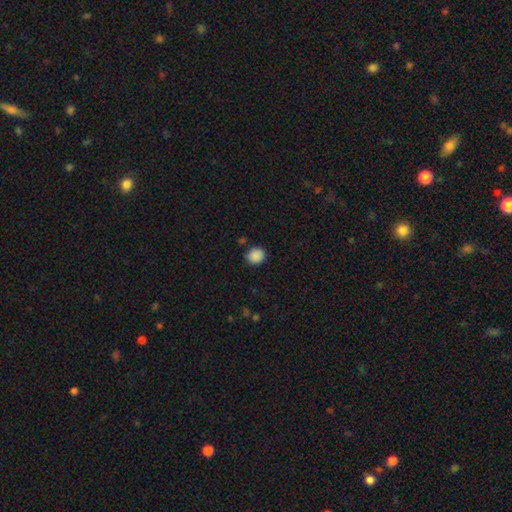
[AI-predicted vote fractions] smooth_or_featured: smooth (p=0.88) [alt: star or artifact p=0.09]
how_rounded: round (p=0.75) [alt: in between p=0.24]
merging: none (p=0.84) [alt: minor disturbance p=0.11]